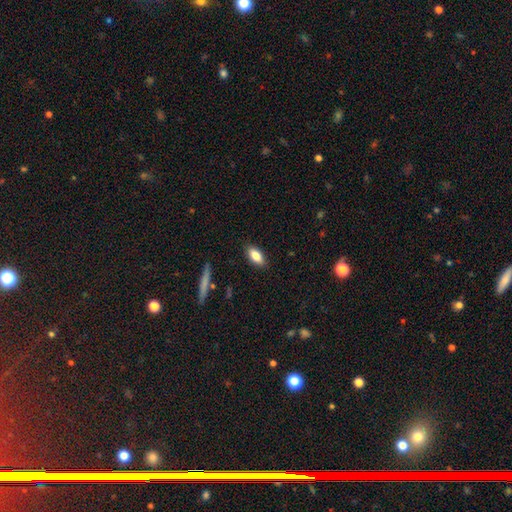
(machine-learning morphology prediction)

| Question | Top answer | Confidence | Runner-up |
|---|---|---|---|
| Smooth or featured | smooth | 83% | featured or disk (10%) |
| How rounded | in between | 85% | cigar-shaped (12%) |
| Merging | none | 88% | minor disturbance (9%) |